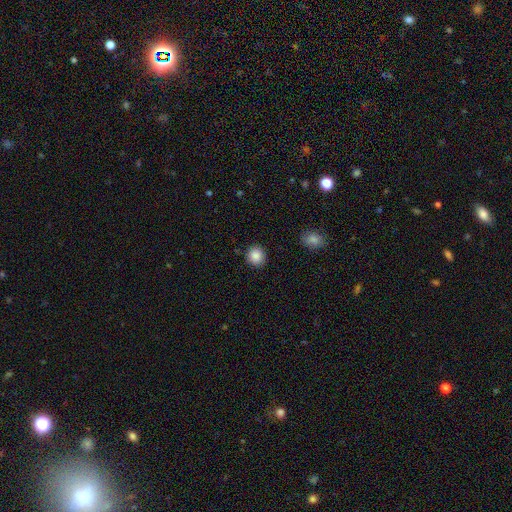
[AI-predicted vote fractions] A smooth galaxy with no disk features (88%) that is round (87%).

Vote fractions:
- Smooth or featured? smooth: 88% / star or artifact: 9% / featured or disk: 4%
- How rounded? round: 87% / in between: 12% / cigar-shaped: 1%
- Merging? none: 90% / minor disturbance: 7% / major disturbance: 2% / merger: 2%